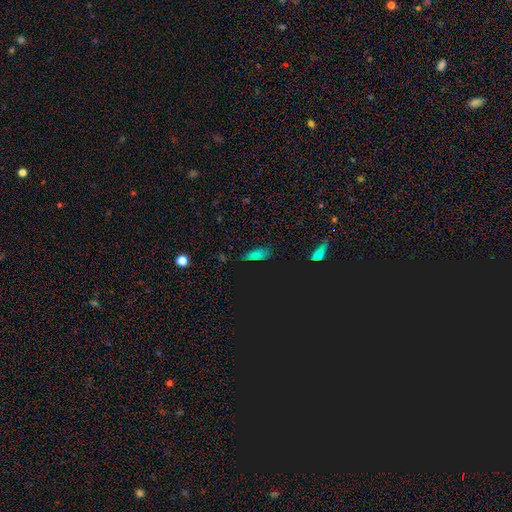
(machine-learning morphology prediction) A smooth galaxy with no disk features (52%) that is in between round and cigar-shaped (68%).

Vote fractions:
- Smooth or featured? smooth: 52% / star or artifact: 40% / featured or disk: 8%
- How rounded? in between: 68% / cigar-shaped: 24% / round: 8%
- Merging? none: 62% / minor disturbance: 24% / major disturbance: 9% / merger: 5%